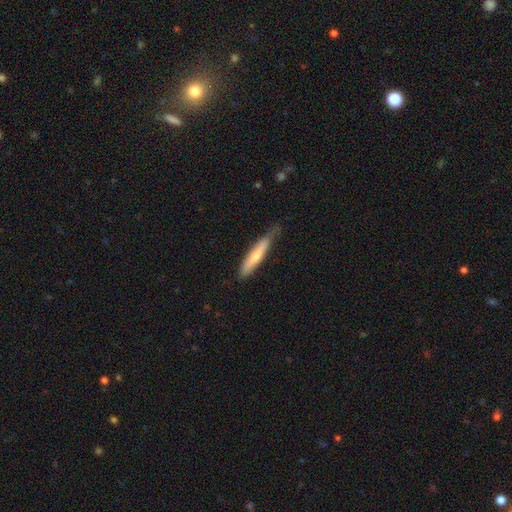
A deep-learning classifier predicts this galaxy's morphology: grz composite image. It shows a smooth galaxy with no disk features (63%) that is cigar-shaped (88%). Merging: none (62%).